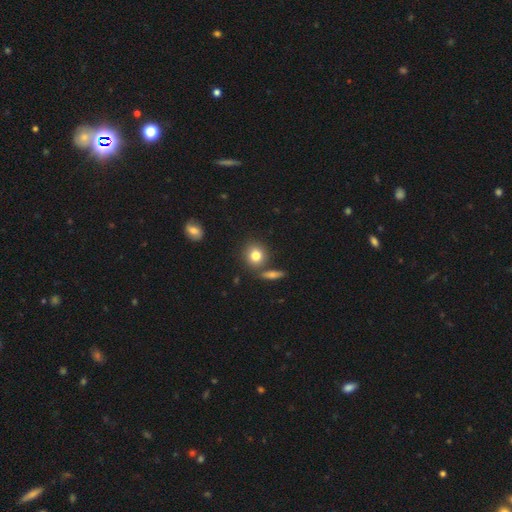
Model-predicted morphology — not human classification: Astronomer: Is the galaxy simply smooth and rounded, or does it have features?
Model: smooth — 80%.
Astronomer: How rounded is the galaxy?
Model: round — 82%.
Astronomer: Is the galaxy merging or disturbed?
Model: none — 74%.